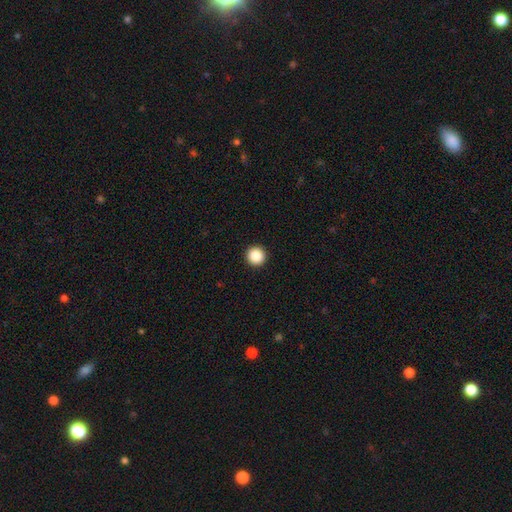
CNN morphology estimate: A smooth galaxy with no disk features (88%) that is round (97%). Merging: none (94%).